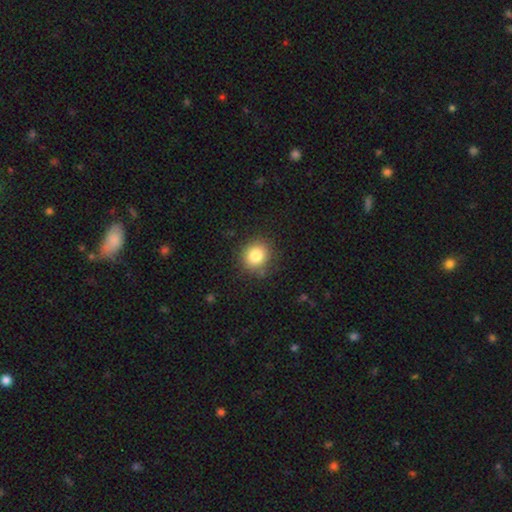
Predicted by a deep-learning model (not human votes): Q: Smooth or featured?
A: smooth (83%); runner-up: star or artifact (10%)
Q: How rounded?
A: round (84%); runner-up: in between (15%)
Q: Merging?
A: none (84%); runner-up: minor disturbance (11%)